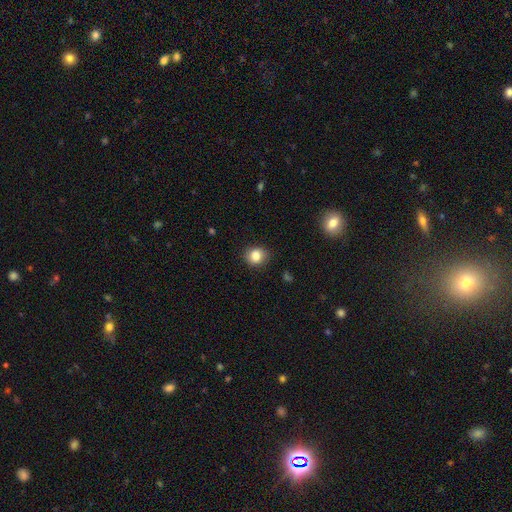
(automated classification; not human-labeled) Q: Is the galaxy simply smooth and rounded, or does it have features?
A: smooth — 84%.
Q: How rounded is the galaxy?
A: round — 74%.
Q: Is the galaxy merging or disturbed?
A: none — 84%.